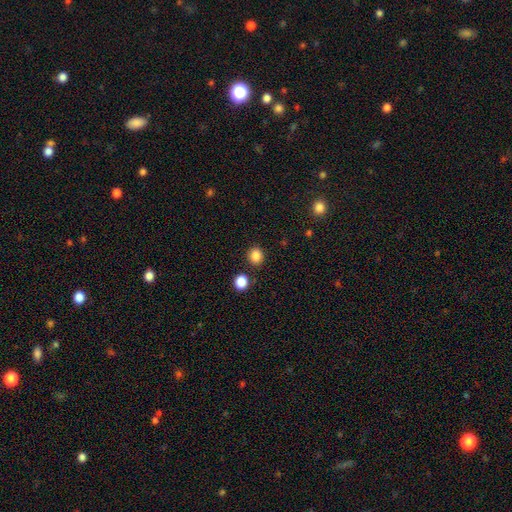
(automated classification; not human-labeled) This appears to be a smooth galaxy with no disk features (86%) that is round (81%). Merging: none (87%).